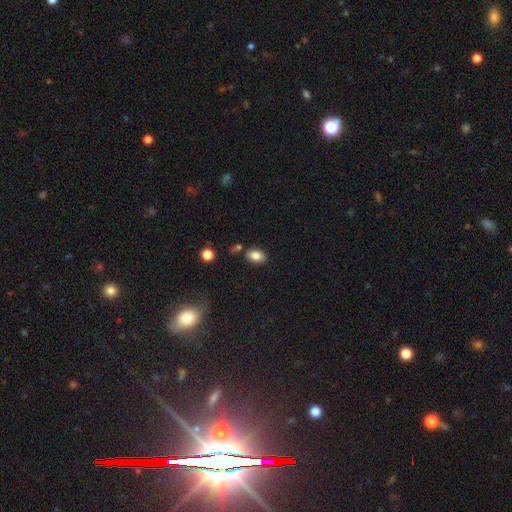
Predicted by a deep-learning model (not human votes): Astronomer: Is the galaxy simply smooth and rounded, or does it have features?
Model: smooth — 83%.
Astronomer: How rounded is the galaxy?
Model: in between — 81%.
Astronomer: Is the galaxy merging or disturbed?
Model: none — 74%.